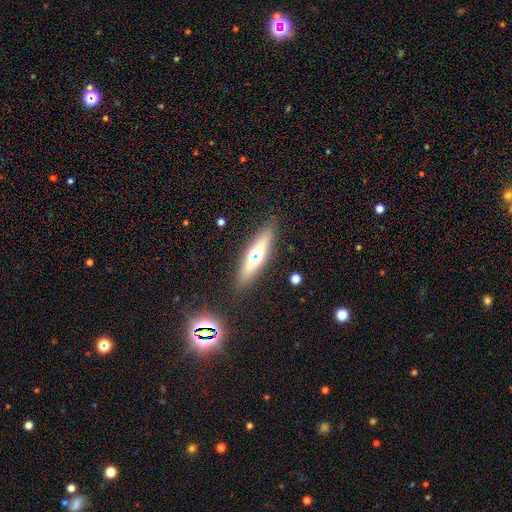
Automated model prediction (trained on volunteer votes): Morphology: type=smooth (46%); merging=none (86%).